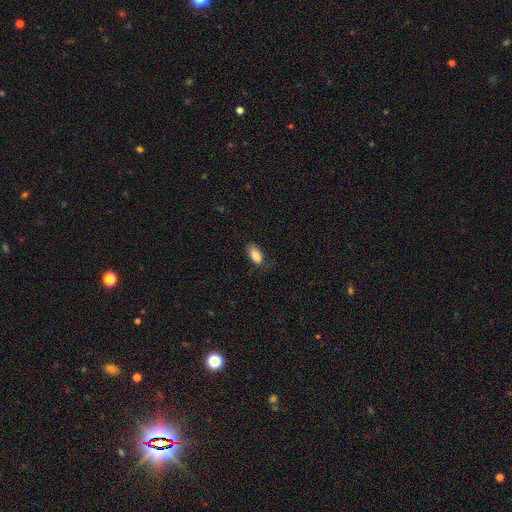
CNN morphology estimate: smooth 85%, star or artifact 8%, featured or disk 7%. Down the decision tree: how rounded — in between (92%); merging — none (70%).